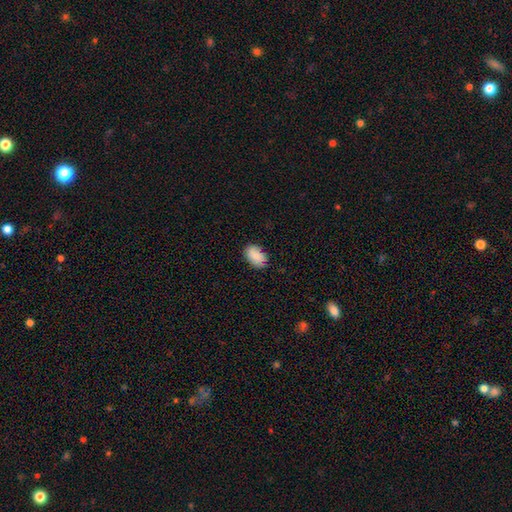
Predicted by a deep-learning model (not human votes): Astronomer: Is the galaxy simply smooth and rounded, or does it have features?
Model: smooth — 87%.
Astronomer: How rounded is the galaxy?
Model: in between — 89%.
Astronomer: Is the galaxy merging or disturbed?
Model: none — 79%.